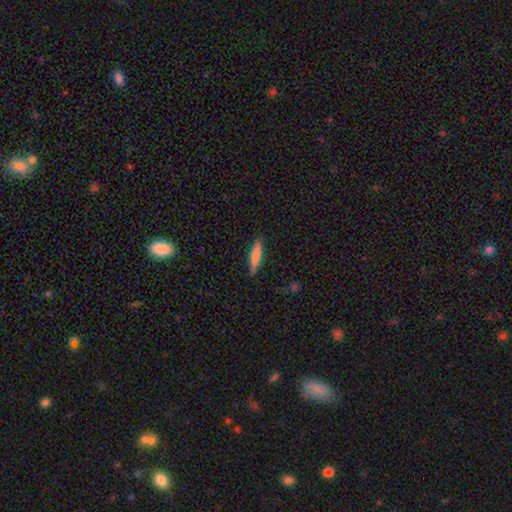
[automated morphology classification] smooth-or-featured: smooth: 69% | featured or disk: 25% | star or artifact: 6%
  how-rounded: cigar-shaped: 84% | in between: 14% | round: 2%
  merging: none: 87% | minor disturbance: 10% | major disturbance: 2% | merger: 1%